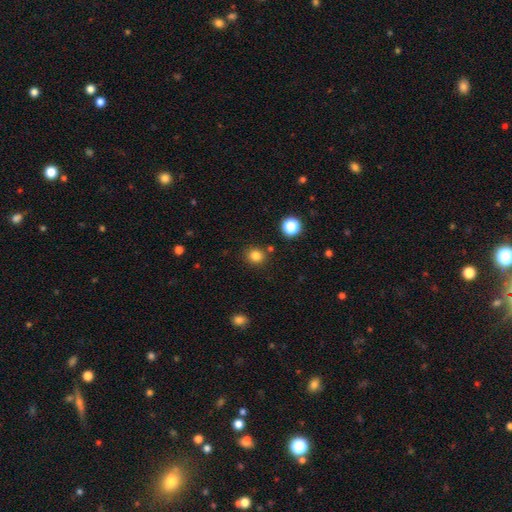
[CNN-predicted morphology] Smooth or featured? Predicted: smooth (p=0.82). How rounded? Predicted: round (p=0.84). Merging? Predicted: none (p=0.84).